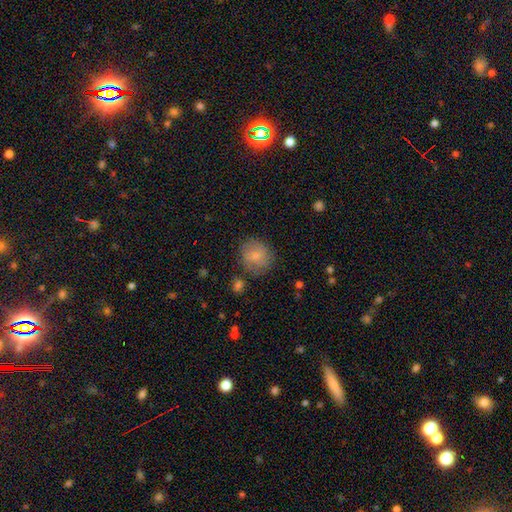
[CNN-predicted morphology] Smooth or featured? Predicted: smooth (p=0.72). How rounded? Predicted: round (p=0.84). Merging? Predicted: none (p=0.75).